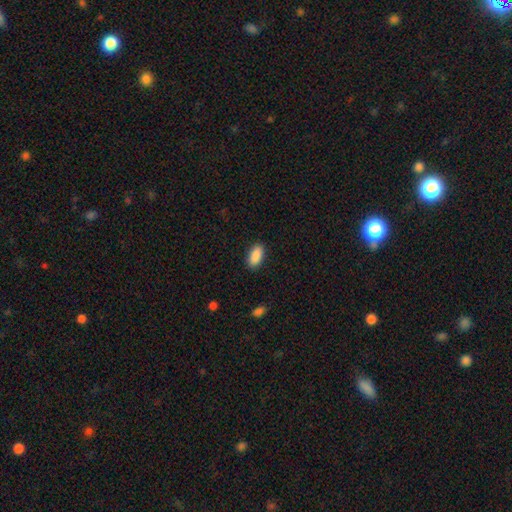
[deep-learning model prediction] Smooth or featured? Predicted: smooth (p=0.90). How rounded? Predicted: in between (p=0.92). Merging? Predicted: none (p=0.89).